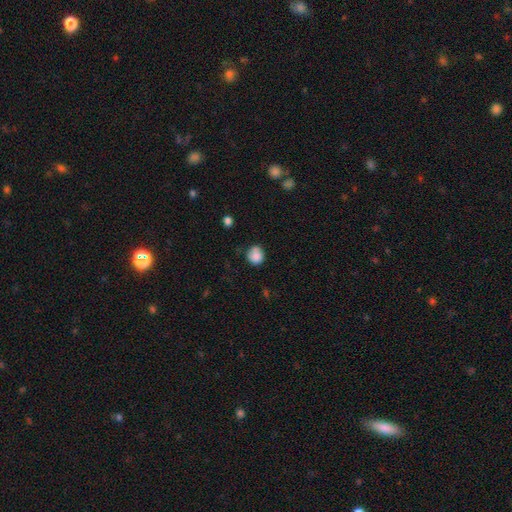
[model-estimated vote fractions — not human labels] The model was most divided on "merging": none: 63%, minor disturbance: 26%, major disturbance: 6%, merger: 4%. More confident: smooth or featured — smooth (85%); how rounded — round (80%).